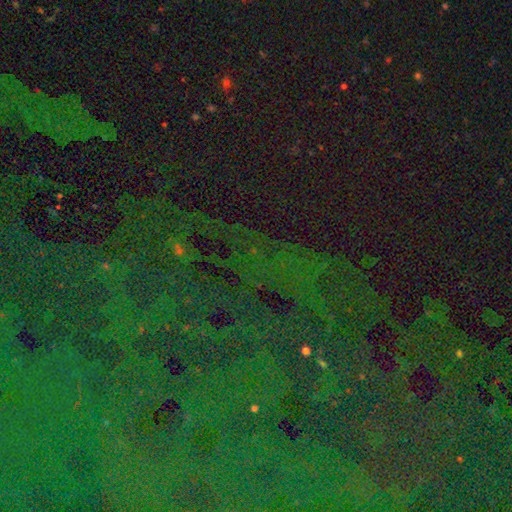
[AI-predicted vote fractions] Morphology: type=star or artifact (85%).